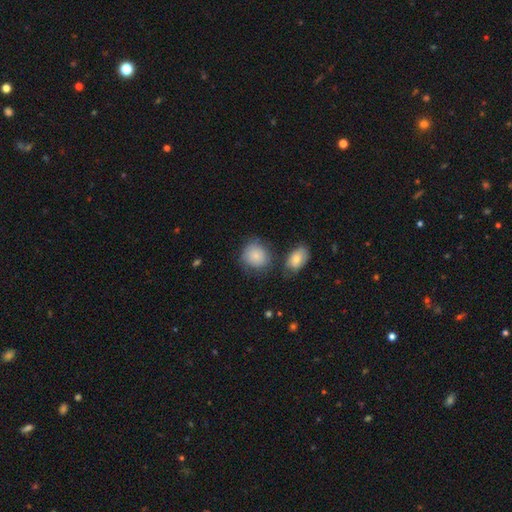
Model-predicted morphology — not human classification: Overall: smooth (83%). How rounded: round (77%). Merging: none (62%).